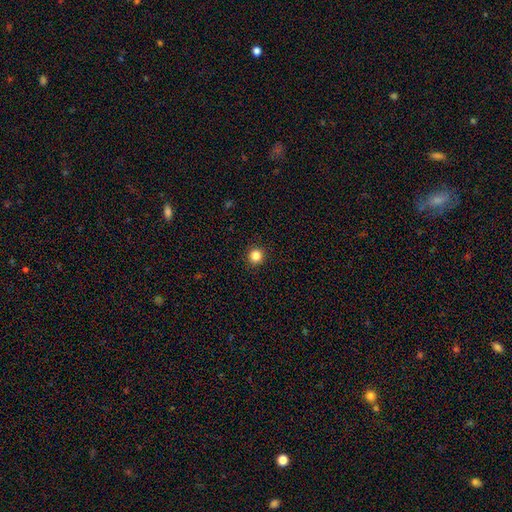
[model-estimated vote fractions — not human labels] The model was most divided on "smooth or featured": smooth: 85%, star or artifact: 12%, featured or disk: 3%. More confident: how rounded — round (94%); merging — none (93%).